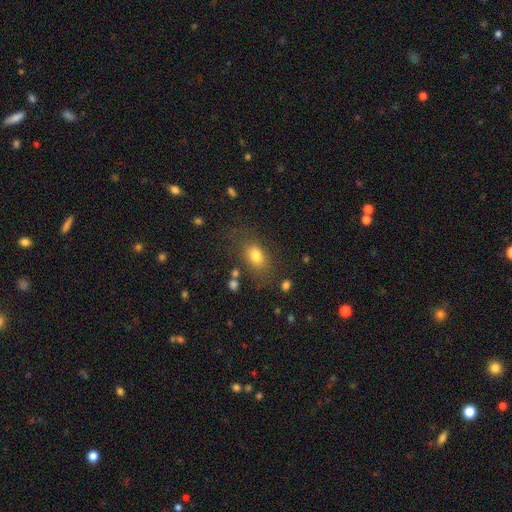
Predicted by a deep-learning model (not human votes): Q: Smooth or featured?
A: smooth (77%); runner-up: featured or disk (12%)
Q: How rounded?
A: in between (79%); runner-up: round (19%)
Q: Merging?
A: none (71%); runner-up: minor disturbance (17%)